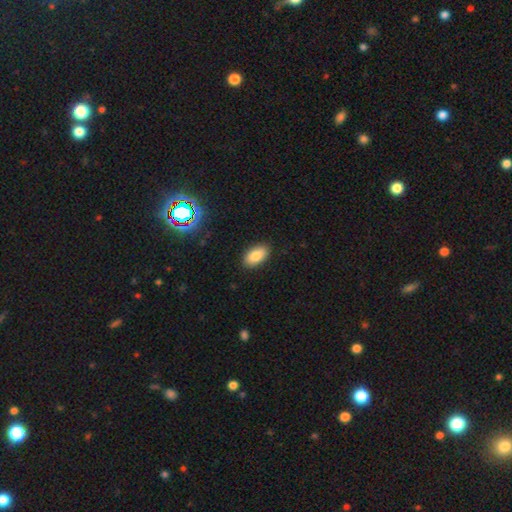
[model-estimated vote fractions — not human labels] A smooth galaxy with no disk features (83%) that is in between round and cigar-shaped (93%).

Vote fractions:
- Smooth or featured? smooth: 83% / star or artifact: 9% / featured or disk: 8%
- How rounded? in between: 93% / round: 5% / cigar-shaped: 2%
- Merging? none: 89% / minor disturbance: 8% / major disturbance: 2% / merger: 1%